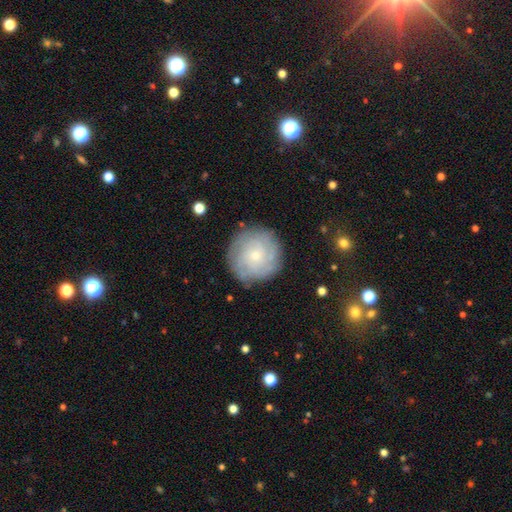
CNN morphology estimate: Overall: featured or disk (64%; smooth 28%). Edge-on disk: no (98%). Bar: no (80%). Spiral arms: yes (90%). Spiral arm count: can't tell (46%; 4 16%). Spiral winding: tight (74%). Bulge size: small (69%). Merging: none (85%).